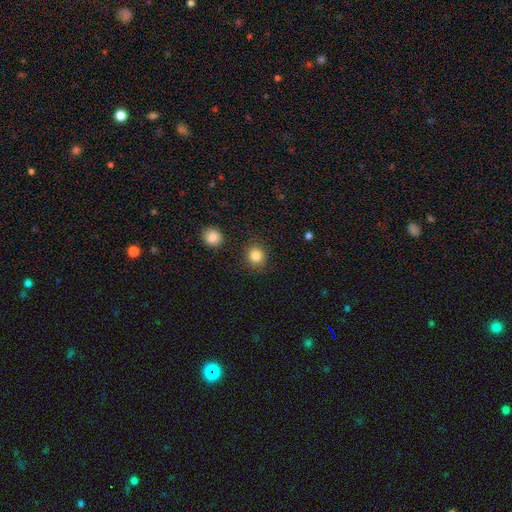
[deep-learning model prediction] A smooth galaxy with no disk features (84%) that is round (86%). Merging: none (88%).